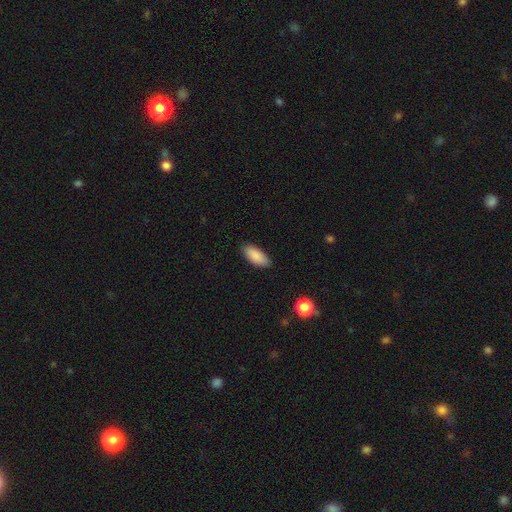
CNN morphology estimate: type=smooth (88%); roundness=in between (83%); merging=none (84%).